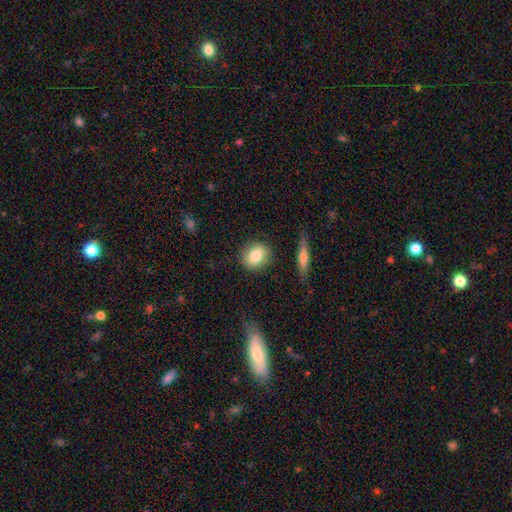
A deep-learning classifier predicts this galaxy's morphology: A smooth galaxy with no disk features (80%) that is round (64%).

Vote fractions:
- Smooth or featured? smooth: 80% / featured or disk: 12% / star or artifact: 8%
- How rounded? round: 64% / in between: 34% / cigar-shaped: 3%
- Merging? none: 84% / minor disturbance: 11% / merger: 3% / major disturbance: 3%